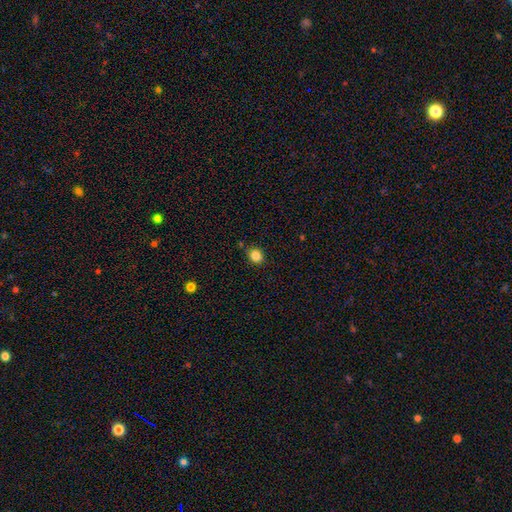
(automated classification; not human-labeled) This appears to be a smooth galaxy with no disk features (84%) that is round (67%). Merging: none (84%).